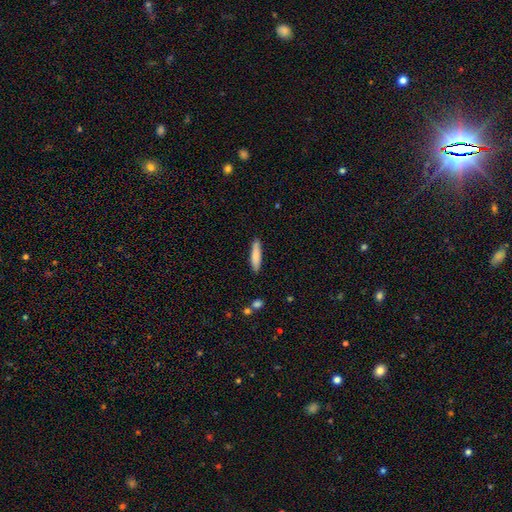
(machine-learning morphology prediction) This appears to be a smooth galaxy with no disk features (82%) that is cigar-shaped (81%). Merging: none (86%).